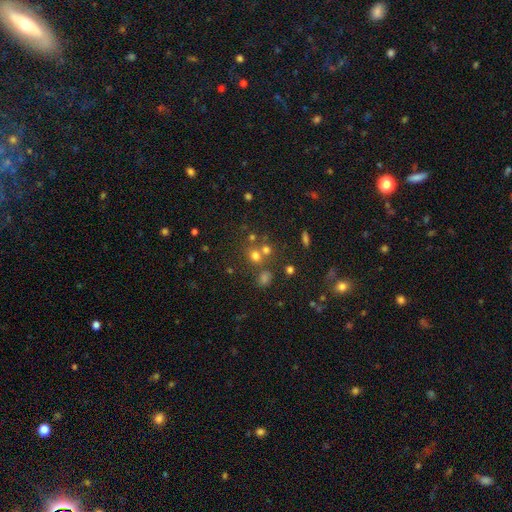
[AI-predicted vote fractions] A smooth galaxy with no disk features (65%) that is round (78%).

Vote fractions:
- Smooth or featured? smooth: 65% / star or artifact: 25% / featured or disk: 11%
- How rounded? round: 78% / in between: 20% / cigar-shaped: 1%
- Merging? none: 58% / merger: 28% / minor disturbance: 9% / major disturbance: 4%